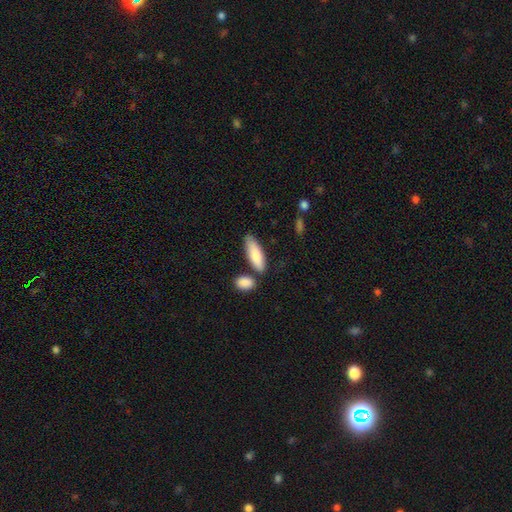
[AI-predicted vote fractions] smooth-or-featured: smooth: 84% | featured or disk: 11% | star or artifact: 5%
  how-rounded: in between: 62% | cigar-shaped: 36% | round: 2%
  merging: none: 69% | minor disturbance: 14% | merger: 13% | major disturbance: 3%